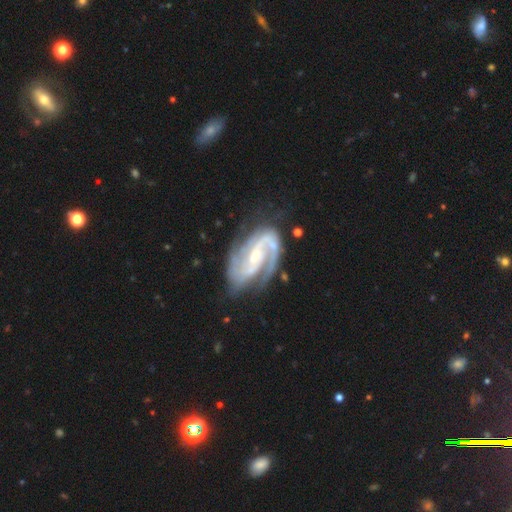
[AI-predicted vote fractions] Q: Smooth or featured?
A: featured or disk (92%); runner-up: star or artifact (4%)
Q: Edge-on disk?
A: no (97%); runner-up: yes (3%)
Q: Bar?
A: weak (44%); runner-up: strong (31%)
Q: Spiral arms?
A: yes (98%); runner-up: no (2%)
Q: Spiral winding?
A: medium (52%); runner-up: tight (36%)
Q: Spiral arm count?
A: 2 (83%); runner-up: 3 (8%)
Q: Bulge size?
A: small (51%); runner-up: moderate (41%)
Q: Merging?
A: none (69%); runner-up: minor disturbance (20%)